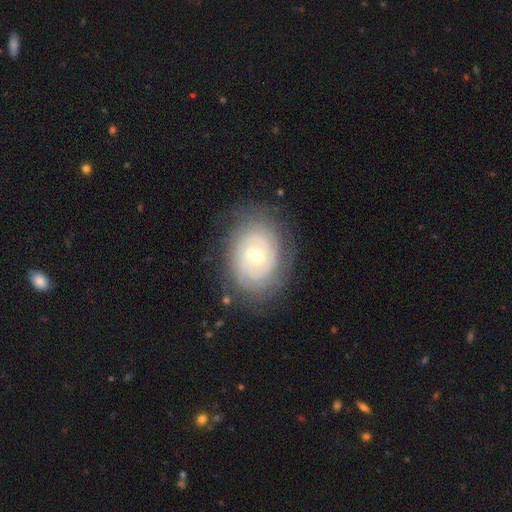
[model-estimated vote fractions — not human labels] Smooth or featured? featured or disk (76%)
Edge-on disk? no (96%)
Bar? no (44%, tied with weak)
Spiral arms? yes (81%)
Spiral winding? tight (77%)
Spiral arm count? can't tell (49%)
Bulge size? moderate (61%)
Merging? none (77%)